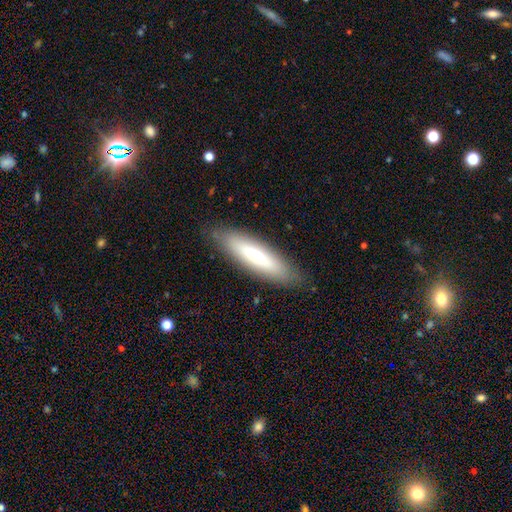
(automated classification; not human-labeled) Smooth or featured? Predicted: smooth (p=0.64). How rounded? Predicted: cigar-shaped (p=0.68). Merging? Predicted: none (p=0.86).